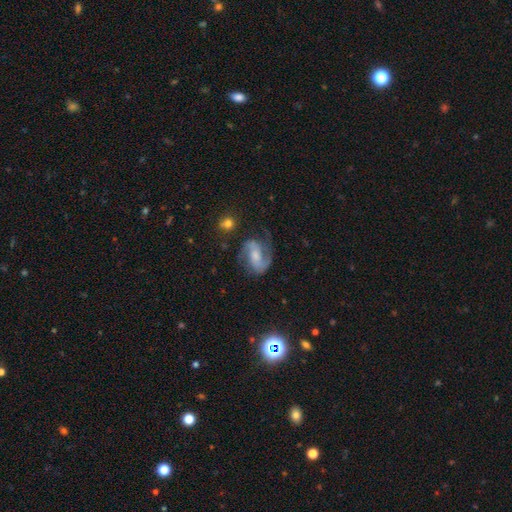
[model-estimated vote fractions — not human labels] Smooth or featured: featured or disk — 83% (smooth — 10%)
Edge-on disk: no — 97% (yes — 3%)
Bar: weak — 43% (no — 38%)
Spiral arms: yes — 96% (no — 4%)
Spiral winding: medium — 55% (loose — 27%)
Spiral arm count: 2 — 89% (can't tell — 4%)
Bulge size: moderate — 44% (small — 33%)
Merging: none — 69% (minor disturbance — 18%)